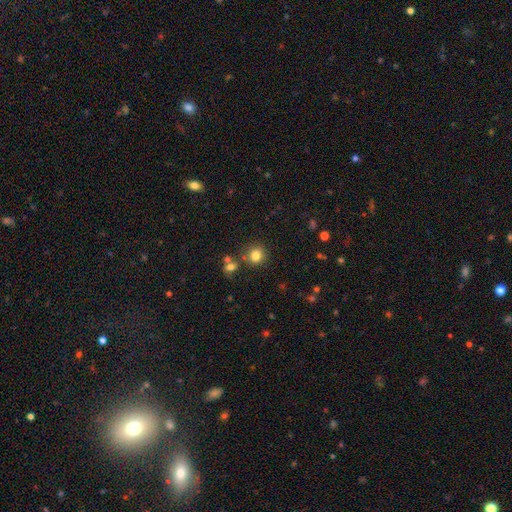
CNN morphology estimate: smooth_or_featured: smooth (p=0.81) [alt: star or artifact p=0.12]
how_rounded: round (p=0.81) [alt: in between p=0.18]
merging: none (p=0.77) [alt: minor disturbance p=0.10]